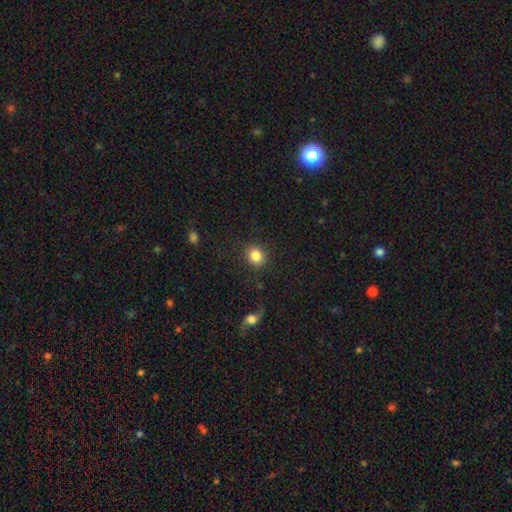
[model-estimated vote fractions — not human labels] Smooth or featured? smooth (85%)
How rounded? round (72%)
Merging? none (86%)